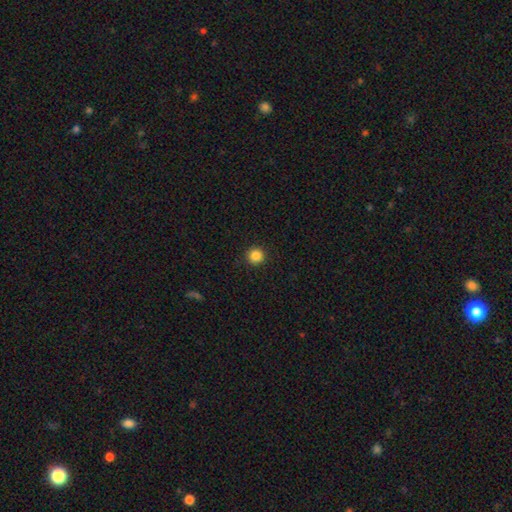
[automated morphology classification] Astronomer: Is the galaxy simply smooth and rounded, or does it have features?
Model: smooth — 86%.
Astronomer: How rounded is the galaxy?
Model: round — 95%.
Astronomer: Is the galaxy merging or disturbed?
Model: none — 93%.